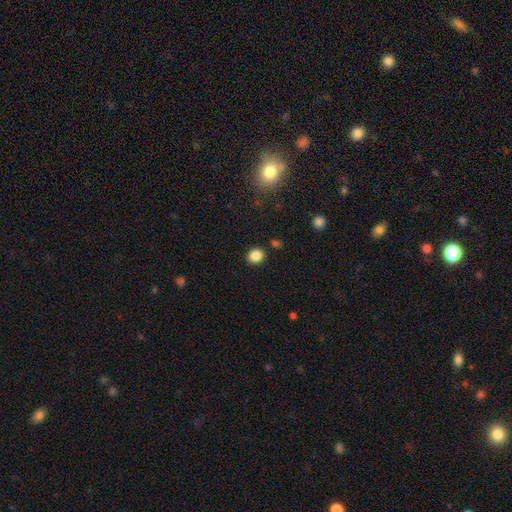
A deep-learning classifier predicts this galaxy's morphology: A smooth galaxy with no disk features (85%) that is round (73%).

Vote fractions:
- Smooth or featured? smooth: 85% / star or artifact: 11% / featured or disk: 4%
- How rounded? round: 73% / in between: 26% / cigar-shaped: 1%
- Merging? none: 89% / minor disturbance: 7% / merger: 2% / major disturbance: 2%